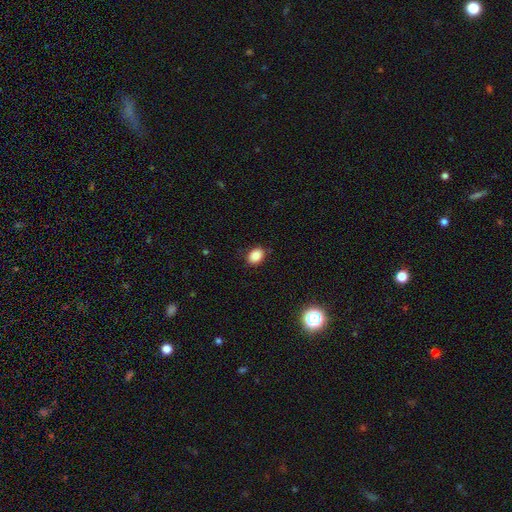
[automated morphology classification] smooth-or-featured: smooth: 86% | star or artifact: 10% | featured or disk: 5%
  how-rounded: in between: 69% | round: 30% | cigar-shaped: 1%
  merging: none: 83% | minor disturbance: 13% | major disturbance: 3% | merger: 1%